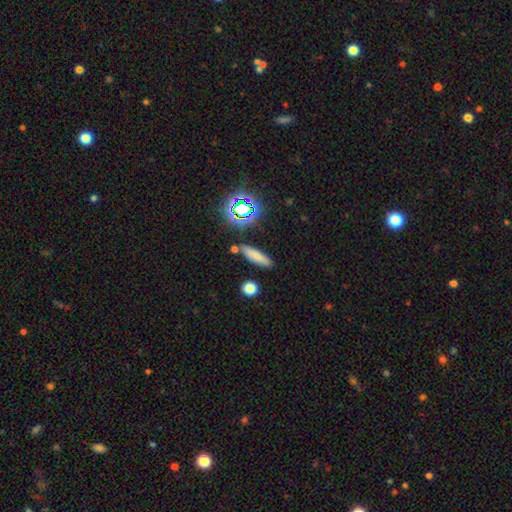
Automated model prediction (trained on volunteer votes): Smooth or featured: smooth — 72% (star or artifact — 15%)
How rounded: cigar-shaped — 64% (in between — 31%)
Merging: none — 82% (minor disturbance — 10%)